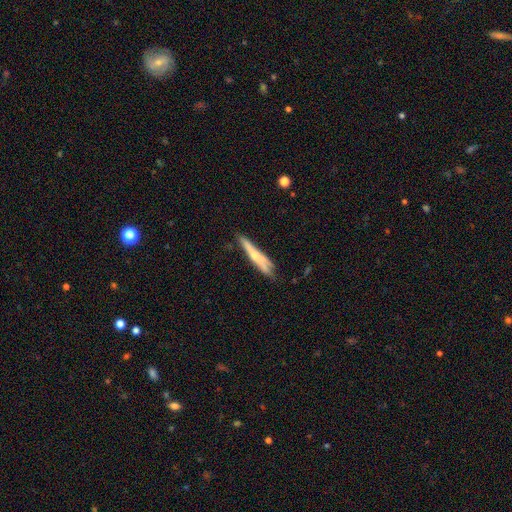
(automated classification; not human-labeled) Smooth or featured?
  - smooth: 47% *
  - featured or disk: 46%
  - star or artifact: 6%
Merging?
  - none: 60% *
  - minor disturbance: 27%
  - major disturbance: 8%
  - merger: 5%